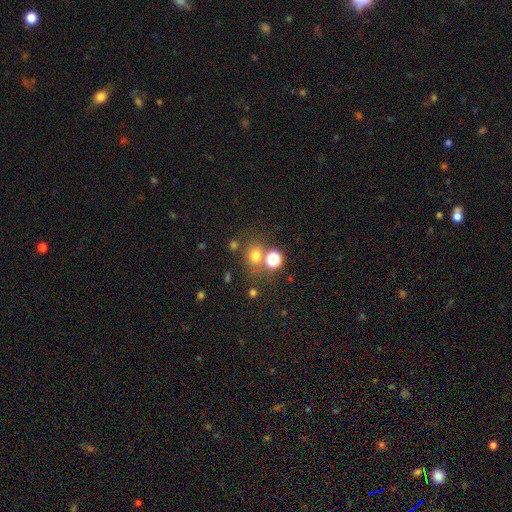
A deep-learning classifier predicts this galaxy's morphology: Smooth or featured? smooth (68%)
How rounded? round (78%)
Merging? none (67%)